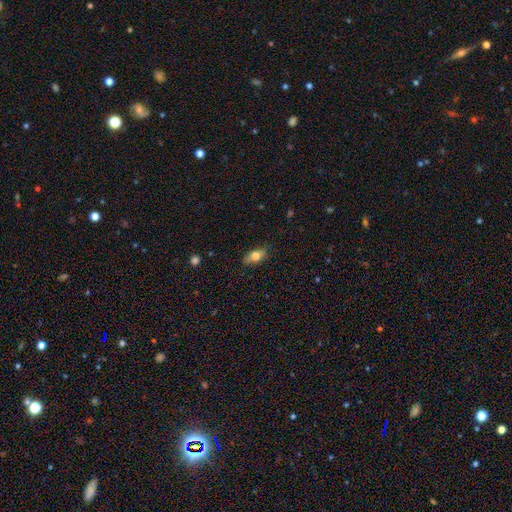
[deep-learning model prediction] Smooth or featured? Predicted: smooth (p=0.72). How rounded? Predicted: in between (p=0.84). Merging? Predicted: none (p=0.79).